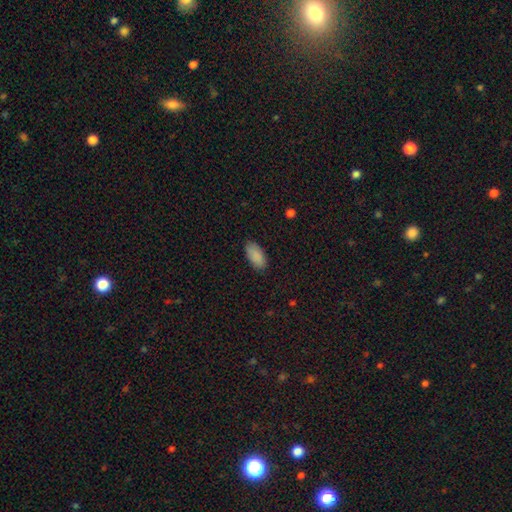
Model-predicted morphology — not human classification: smooth_or_featured: smooth (p=0.90) [alt: star or artifact p=0.06]
how_rounded: in between (p=0.93) [alt: cigar-shaped p=0.05]
merging: none (p=0.87) [alt: minor disturbance p=0.10]